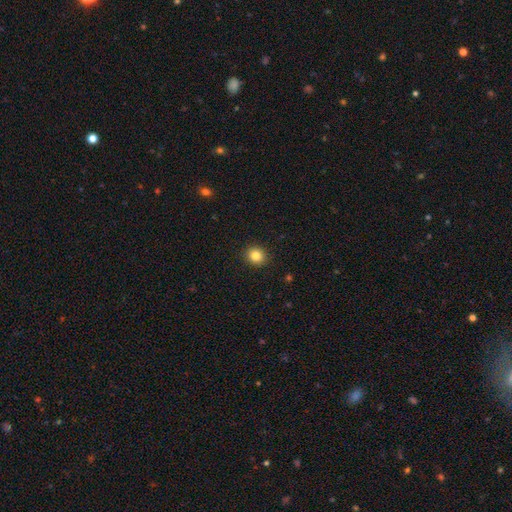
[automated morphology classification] smooth-or-featured: smooth: 84% | star or artifact: 11% | featured or disk: 5%
  how-rounded: round: 86% | in between: 13% | cigar-shaped: 1%
  merging: none: 92% | minor disturbance: 6% | major disturbance: 2% | merger: 1%